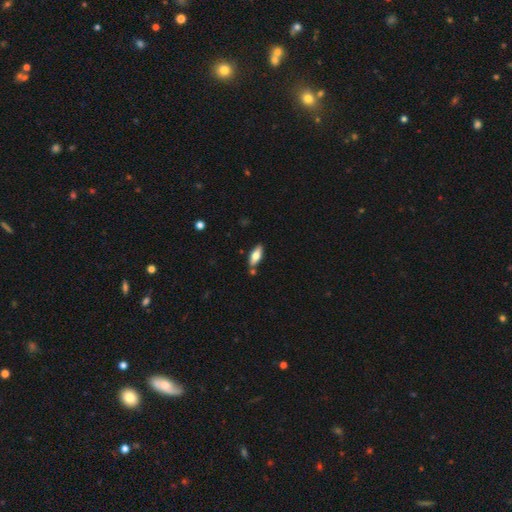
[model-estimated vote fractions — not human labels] smooth_or_featured: smooth (p=0.64) [alt: featured or disk p=0.30]
how_rounded: in between (p=0.71) [alt: cigar-shaped p=0.26]
merging: none (p=0.78) [alt: minor disturbance p=0.12]